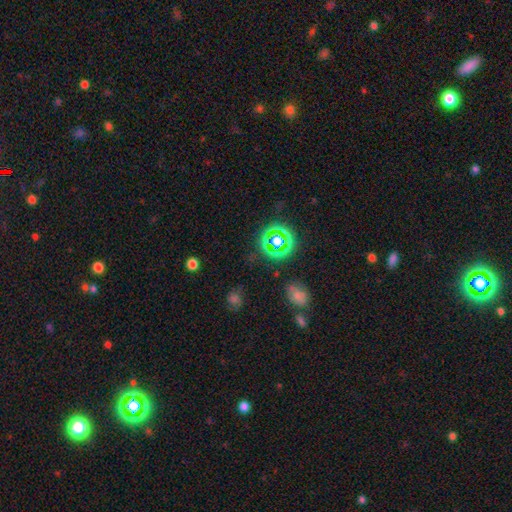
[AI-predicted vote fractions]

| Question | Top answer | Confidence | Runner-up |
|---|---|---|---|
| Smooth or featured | star or artifact | 46% | smooth (45%) |